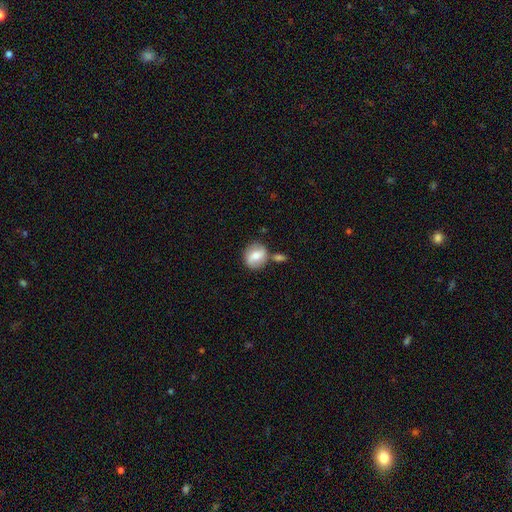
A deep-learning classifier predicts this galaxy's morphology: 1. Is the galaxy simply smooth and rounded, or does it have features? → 63% smooth, 30% featured or disk, 7% star or artifact.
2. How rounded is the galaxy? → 76% round, 23% in between, 1% cigar-shaped.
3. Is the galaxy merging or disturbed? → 63% none, 19% merger, 14% minor disturbance, 4% major disturbance.